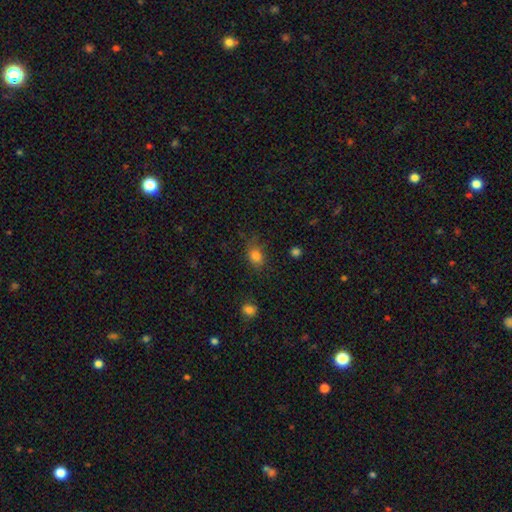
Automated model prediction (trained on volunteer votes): A smooth galaxy with no disk features (80%) that is in between round and cigar-shaped (58%).

Vote fractions:
- Smooth or featured? smooth: 80% / star or artifact: 13% / featured or disk: 6%
- How rounded? in between: 58% / round: 40% / cigar-shaped: 2%
- Merging? none: 72% / minor disturbance: 20% / major disturbance: 6% / merger: 3%